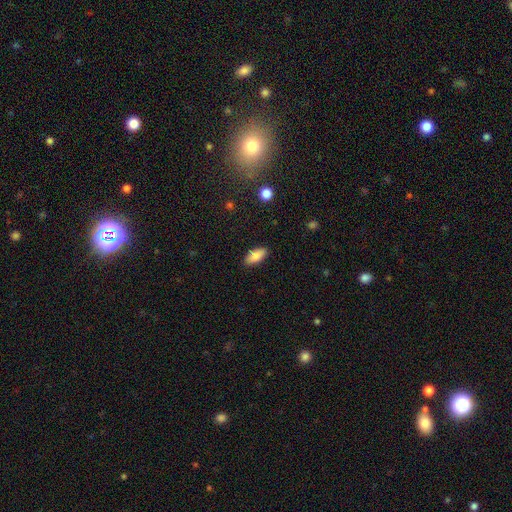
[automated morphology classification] smooth 85%, featured or disk 8%, star or artifact 7%. Down the decision tree: how rounded — in between (86%); merging — none (87%).